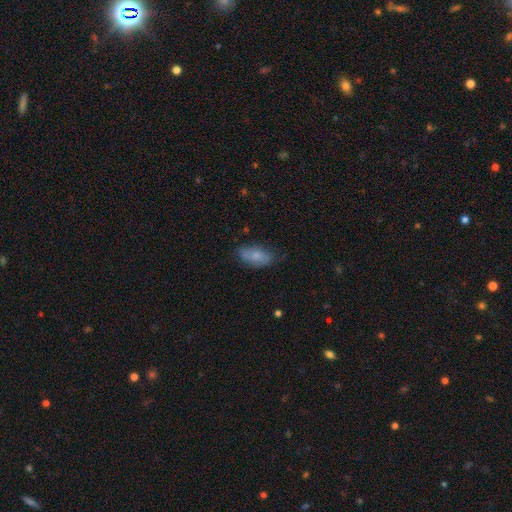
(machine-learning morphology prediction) smooth_or_featured: smooth (p=0.76) [alt: featured or disk p=0.17]
how_rounded: in between (p=0.87) [alt: cigar-shaped p=0.10]
merging: none (p=0.70) [alt: minor disturbance p=0.23]